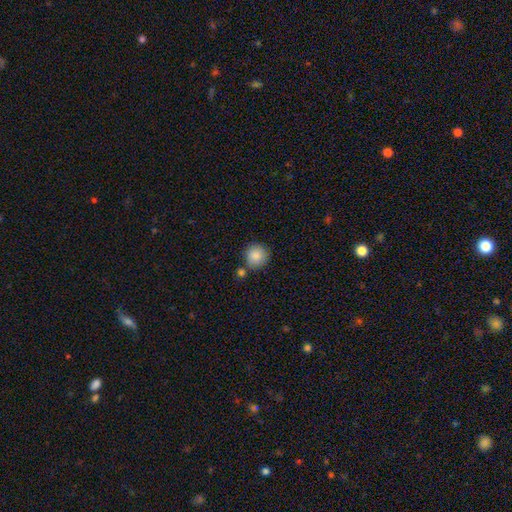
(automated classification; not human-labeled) The model was most divided on "merging": none: 76%, merger: 11%, minor disturbance: 10%, major disturbance: 3%. More confident: how rounded — round (93%); smooth or featured — smooth (87%).